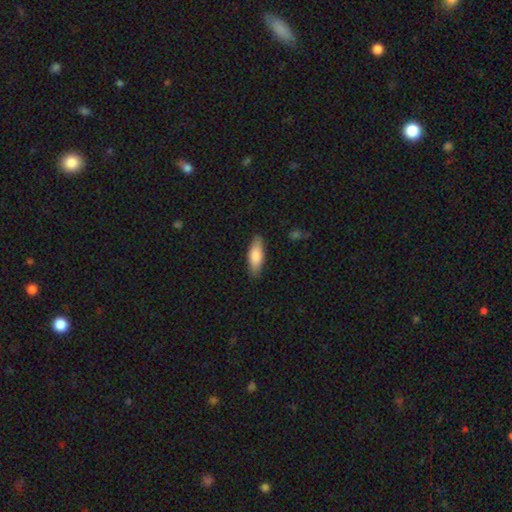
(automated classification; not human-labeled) The model was most divided on "how rounded": in between: 67%, cigar-shaped: 32%, round: 2%. More confident: merging — none (86%); smooth or featured — smooth (83%).